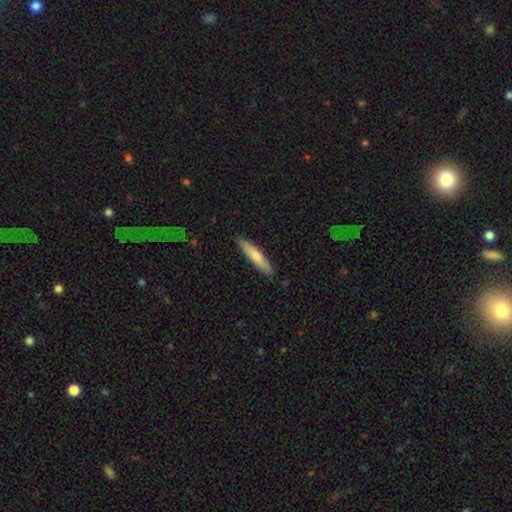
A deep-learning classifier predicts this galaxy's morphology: Overall: smooth (73%). How rounded: cigar-shaped (89%). Merging: none (89%).